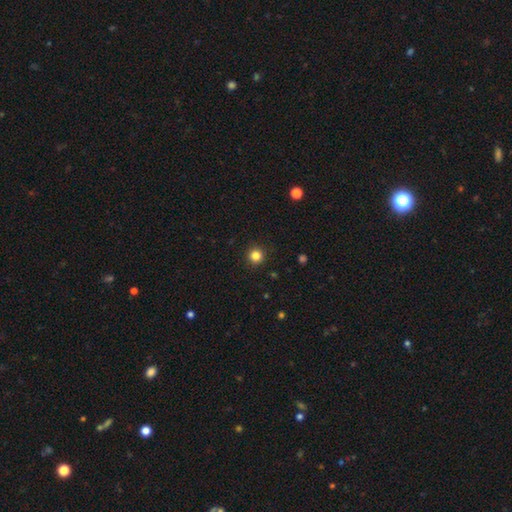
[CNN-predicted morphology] Smooth or featured: smooth — 83% (star or artifact — 13%)
How rounded: round — 95% (in between — 4%)
Merging: none — 92% (minor disturbance — 5%)